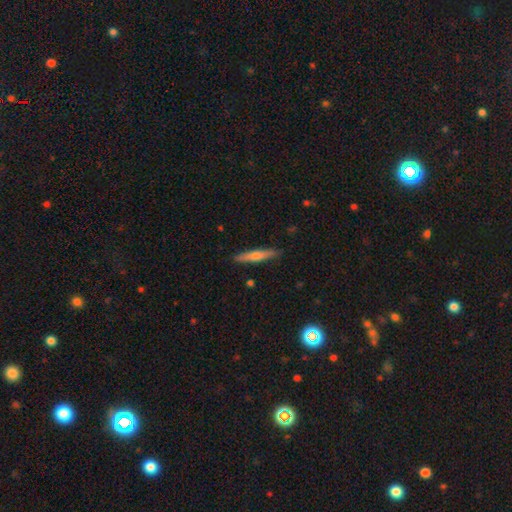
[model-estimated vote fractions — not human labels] A smooth galaxy with no disk features (57%) that is cigar-shaped (91%).

Vote fractions:
- Smooth or featured? smooth: 57% / featured or disk: 38% / star or artifact: 6%
- How rounded? cigar-shaped: 91% / in between: 8% / round: 1%
- Merging? none: 89% / minor disturbance: 8% / major disturbance: 1% / merger: 1%